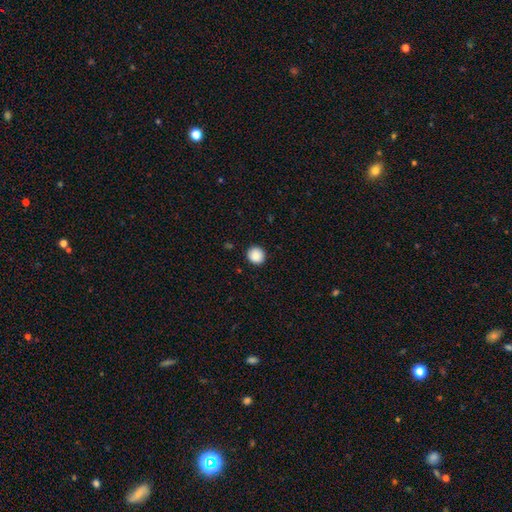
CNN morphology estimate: Smooth or featured?
  - smooth: 89% *
  - star or artifact: 8%
  - featured or disk: 3%
How rounded?
  - round: 91% *
  - in between: 8%
  - cigar-shaped: 1%
Merging?
  - none: 91% *
  - minor disturbance: 6%
  - major disturbance: 2%
  - merger: 1%